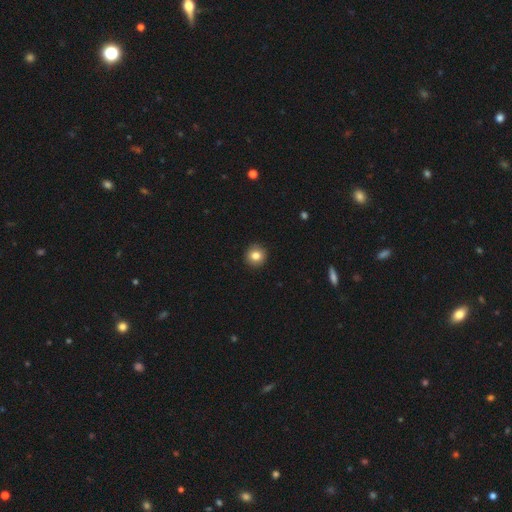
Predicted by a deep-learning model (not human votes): smooth 83%, star or artifact 10%, featured or disk 7%. Down the decision tree: how rounded — round (93%); merging — none (92%).